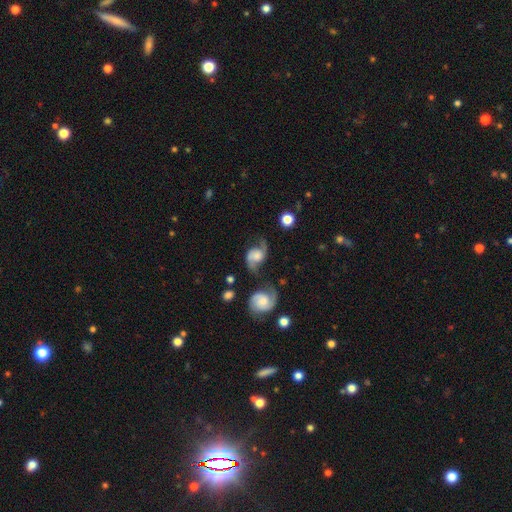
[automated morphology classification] Q: Smooth or featured?
A: featured or disk (81%); runner-up: smooth (12%)
Q: Edge-on disk?
A: no (97%); runner-up: yes (3%)
Q: Bar?
A: no (62%); runner-up: weak (32%)
Q: Spiral arms?
A: yes (96%); runner-up: no (4%)
Q: Spiral winding?
A: loose (55%); runner-up: medium (36%)
Q: Spiral arm count?
A: 2 (91%); runner-up: 1 (3%)
Q: Bulge size?
A: moderate (34%); runner-up: large (22%)
Q: Merging?
A: none (56%); runner-up: minor disturbance (20%)